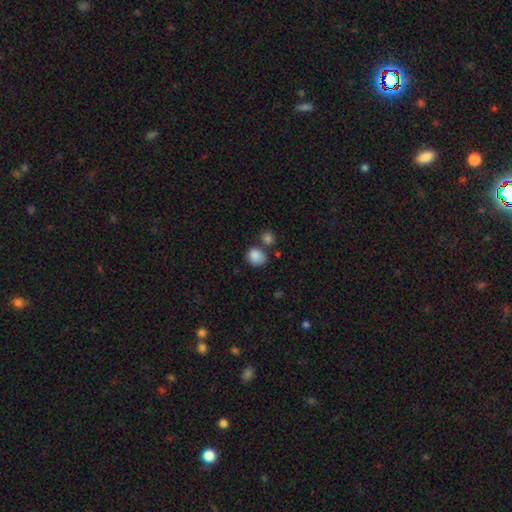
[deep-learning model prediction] This appears to be a smooth galaxy with no disk features (86%) that is round (68%). Merging: none (60%).